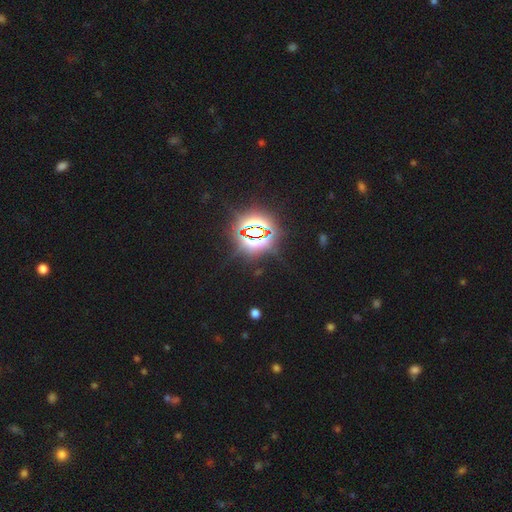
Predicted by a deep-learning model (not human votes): smooth-or-featured: star or artifact: 82% | smooth: 12% | featured or disk: 6%